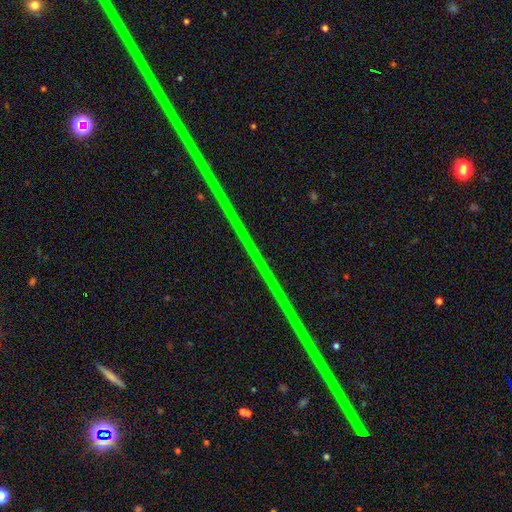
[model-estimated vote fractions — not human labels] Overall: star or artifact (88%).